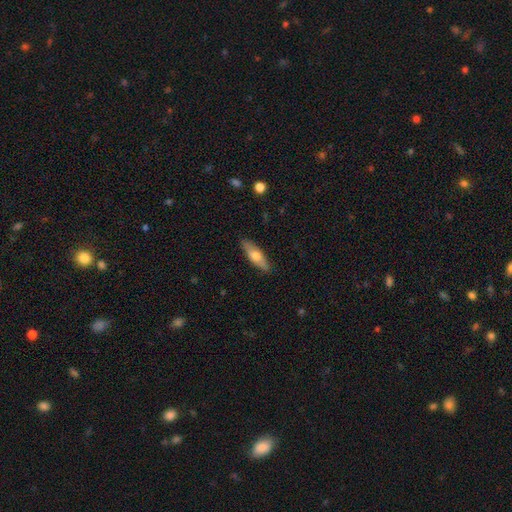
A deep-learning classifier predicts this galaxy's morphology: Smooth or featured? Predicted: smooth (p=0.60). How rounded? Predicted: cigar-shaped (p=0.52). Merging? Predicted: none (p=0.87).